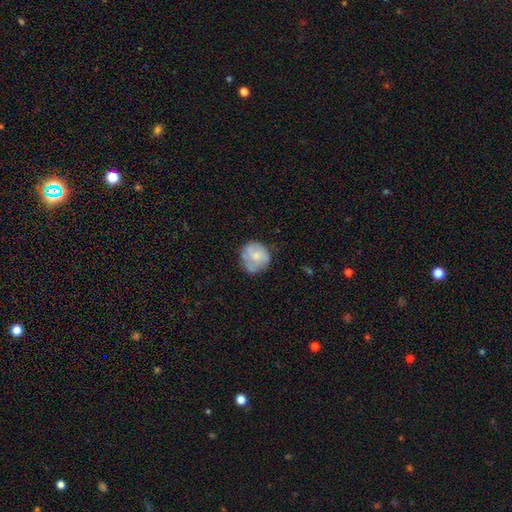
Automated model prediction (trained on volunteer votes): Overall: smooth (60%; featured or disk 33%). How rounded: round (82%). Merging: none (59%; minor disturbance 26%).